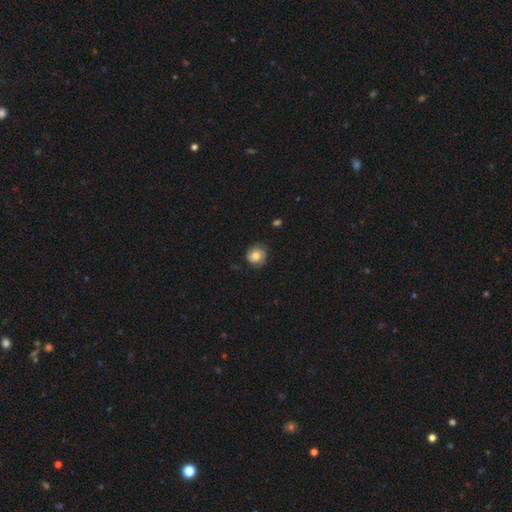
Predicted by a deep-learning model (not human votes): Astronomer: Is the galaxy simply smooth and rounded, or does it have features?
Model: smooth — 56% (runner-up: featured or disk, 36%).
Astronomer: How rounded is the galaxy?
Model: round — 83%.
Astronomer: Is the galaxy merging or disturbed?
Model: none — 76%.